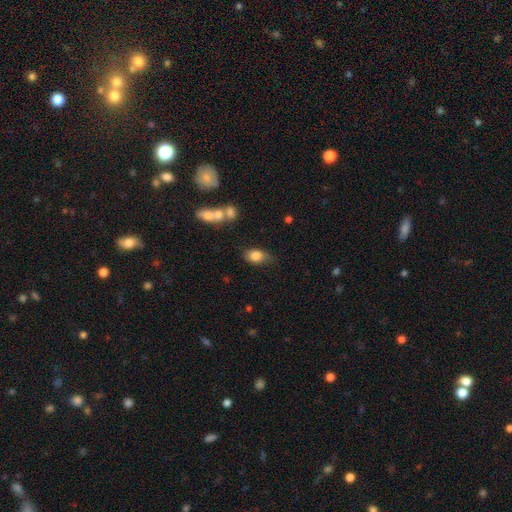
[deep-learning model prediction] Smooth or featured: smooth — 83% (featured or disk — 9%)
How rounded: in between — 86% (round — 12%)
Merging: none — 64% (minor disturbance — 24%)